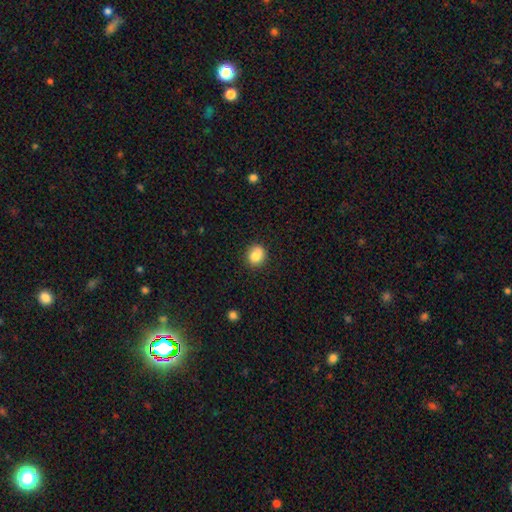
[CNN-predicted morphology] smooth-or-featured: smooth: 84% | star or artifact: 10% | featured or disk: 7%
  how-rounded: round: 75% | in between: 24% | cigar-shaped: 1%
  merging: none: 81% | minor disturbance: 14% | major disturbance: 3% | merger: 2%